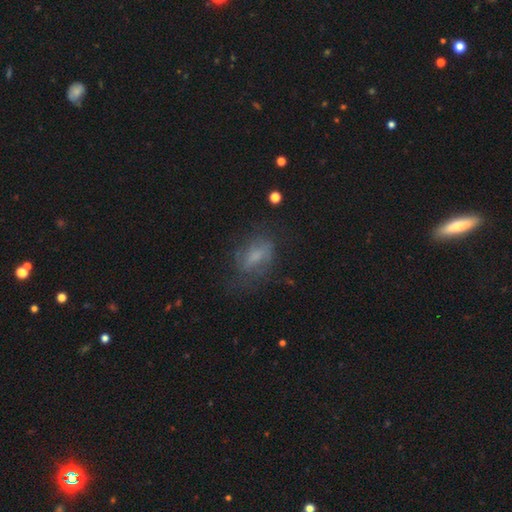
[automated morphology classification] A smooth galaxy with no disk features (53%) that is in between round and cigar-shaped (82%). Merging: none (55%).